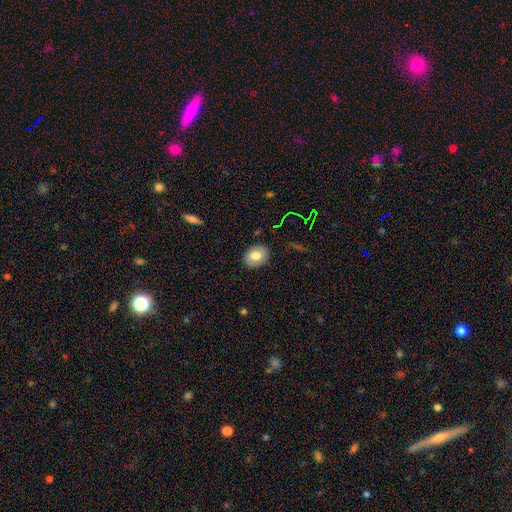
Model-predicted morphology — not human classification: This appears to be a smooth galaxy with no disk features (74%) that is in between round and cigar-shaped (60%). Merging: none (87%).